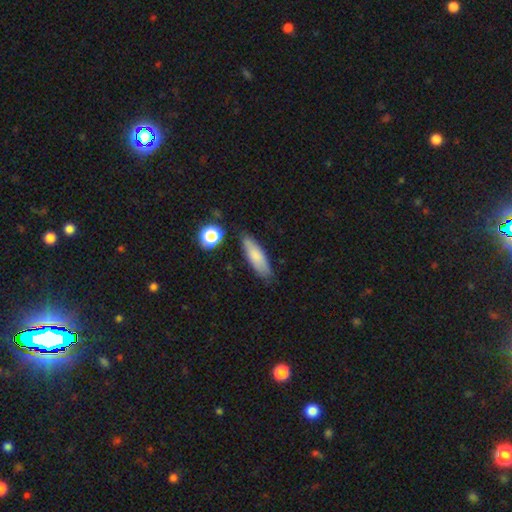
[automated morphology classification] A smooth galaxy with no disk features (78%) that is cigar-shaped (51%).

Vote fractions:
- Smooth or featured? smooth: 78% / featured or disk: 14% / star or artifact: 7%
- How rounded? cigar-shaped: 51% / in between: 47% / round: 2%
- Merging? none: 80% / minor disturbance: 14% / major disturbance: 3% / merger: 3%